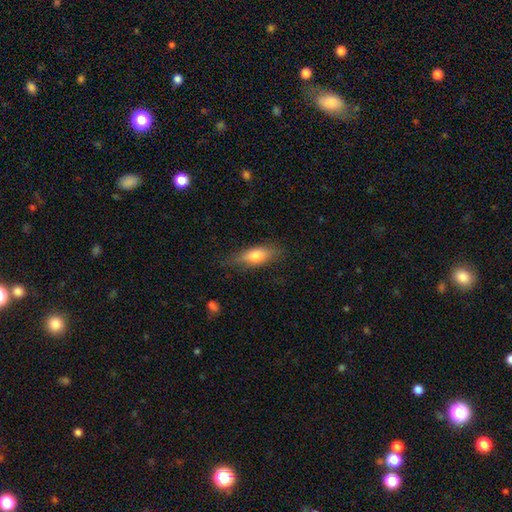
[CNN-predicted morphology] smooth_or_featured: smooth (p=0.72) [alt: featured or disk p=0.22]
how_rounded: in between (p=0.68) [alt: cigar-shaped p=0.28]
merging: none (p=0.74) [alt: minor disturbance p=0.19]